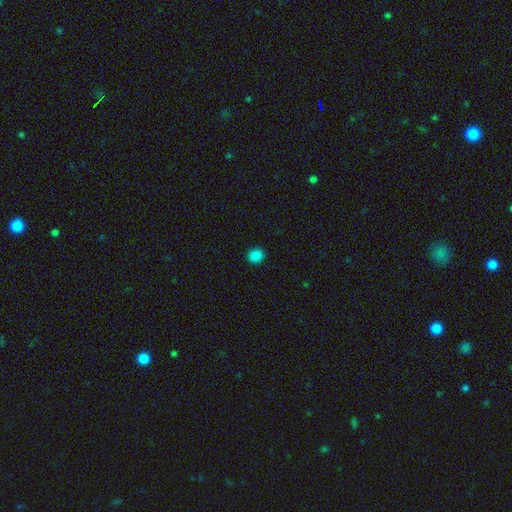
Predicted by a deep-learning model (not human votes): Morphology: type=smooth (85%); roundness=round (84%); merging=none (92%).